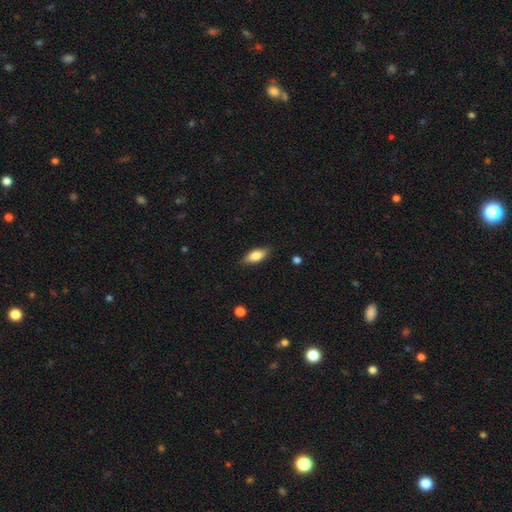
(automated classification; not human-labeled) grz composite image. It shows a smooth galaxy with no disk features (78%) that is in between round and cigar-shaped (81%). Merging: none (85%).